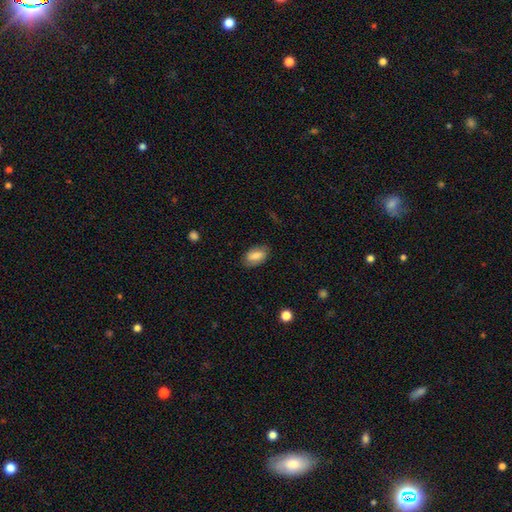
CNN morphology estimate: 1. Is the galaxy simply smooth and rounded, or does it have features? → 70% smooth, 23% featured or disk, 7% star or artifact.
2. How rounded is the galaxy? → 92% in between, 5% round, 3% cigar-shaped.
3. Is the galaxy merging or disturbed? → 80% none, 15% minor disturbance, 4% major disturbance, 1% merger.